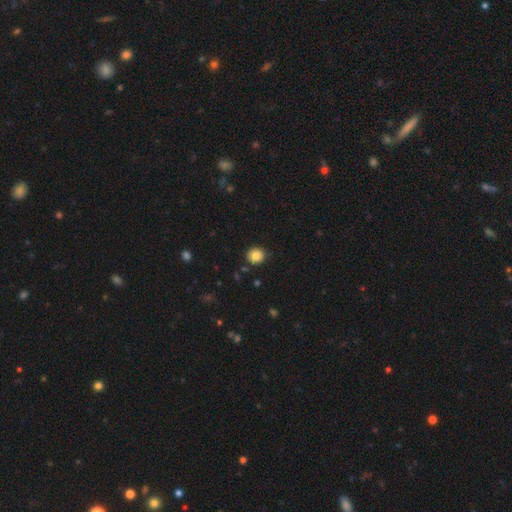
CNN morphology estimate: This appears to be a smooth galaxy with no disk features (86%) that is round (88%). Merging: none (88%).